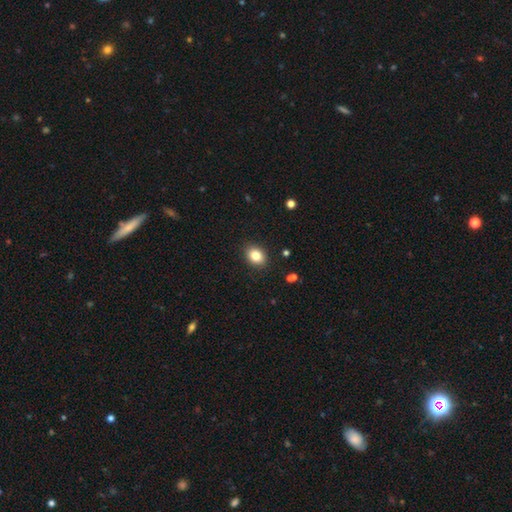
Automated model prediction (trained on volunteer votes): Smooth or featured? smooth (83%)
How rounded? in between (62%)
Merging? none (89%)